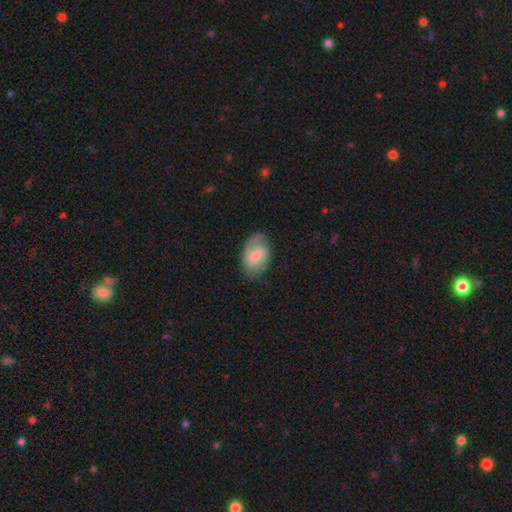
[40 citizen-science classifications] smooth_or_featured: featured or disk (p=0.50) [alt: smooth p=0.42]
disk_edge_on: no (p=0.95) [alt: yes p=0.05]
bar: weak (p=0.47) [alt: strong p=0.42]
has_spiral_arms: yes (p=0.89) [alt: no p=0.11]
spiral_winding: medium (p=0.47) [alt: loose p=0.35]
spiral_arm_count: 2 (p=0.65) [alt: 1 p=0.35]
bulge_size: moderate (p=0.37) [tied with: small p=0.37]
merging: none (p=0.62) [alt: minor disturbance p=0.19]